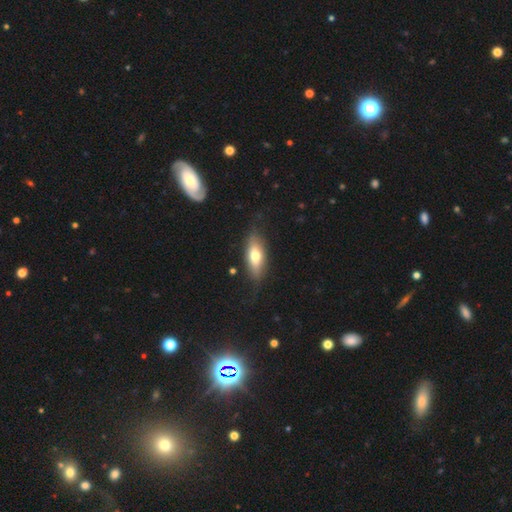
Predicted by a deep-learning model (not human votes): A smooth galaxy with no disk features (63%) that is in between round and cigar-shaped (70%).

Vote fractions:
- Smooth or featured? smooth: 63% / featured or disk: 30% / star or artifact: 6%
- How rounded? in between: 70% / cigar-shaped: 27% / round: 3%
- Merging? none: 78% / minor disturbance: 16% / major disturbance: 4% / merger: 2%